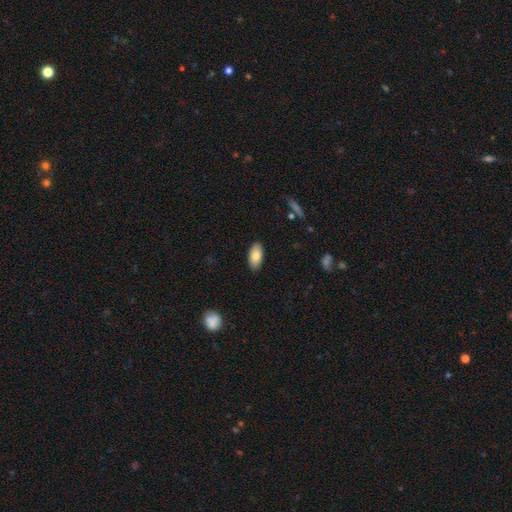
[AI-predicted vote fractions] Smooth or featured? smooth (82%)
How rounded? in between (93%)
Merging? none (88%)